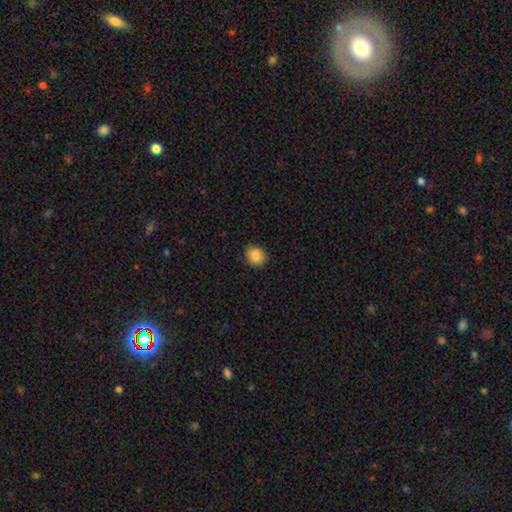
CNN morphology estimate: A smooth galaxy with no disk features (87%) that is round (68%).

Vote fractions:
- Smooth or featured? smooth: 87% / star or artifact: 8% / featured or disk: 5%
- How rounded? round: 68% / in between: 32% / cigar-shaped: 1%
- Merging? none: 87% / minor disturbance: 10% / major disturbance: 2% / merger: 1%